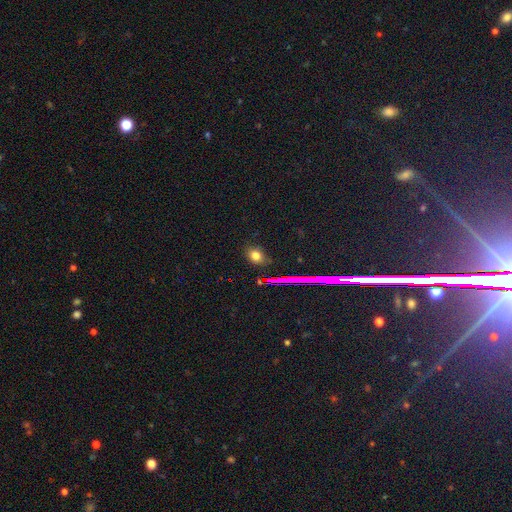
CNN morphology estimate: Smooth or featured: smooth — 73% (star or artifact — 19%)
How rounded: in between — 58% (round — 40%)
Merging: none — 81% (minor disturbance — 13%)